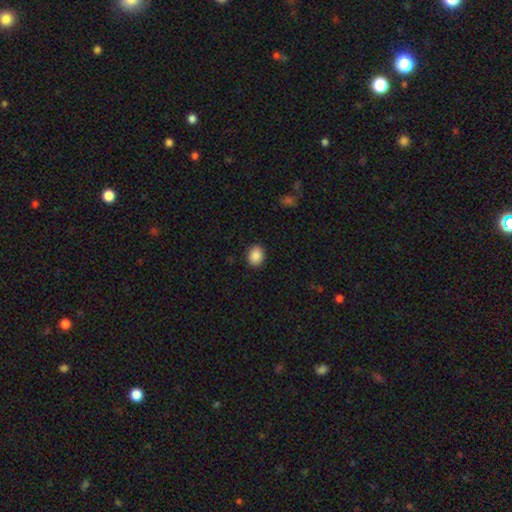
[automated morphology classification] Q: Smooth or featured?
A: smooth (88%); runner-up: star or artifact (8%)
Q: How rounded?
A: in between (51%); runner-up: round (49%)
Q: Merging?
A: none (90%); runner-up: minor disturbance (7%)